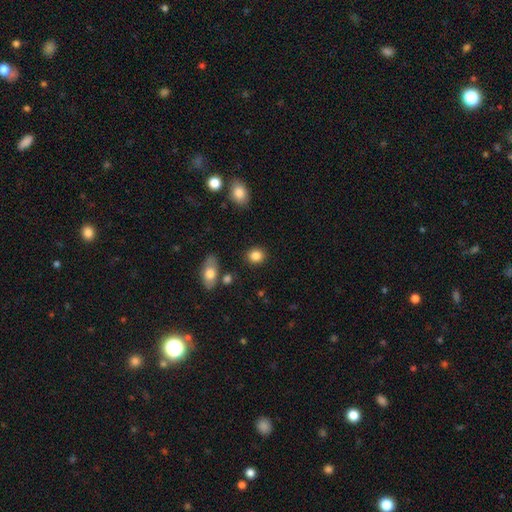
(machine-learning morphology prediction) The model was most divided on "how rounded": round: 76%, in between: 23%, cigar-shaped: 1%. More confident: merging — none (88%); smooth or featured — smooth (86%).